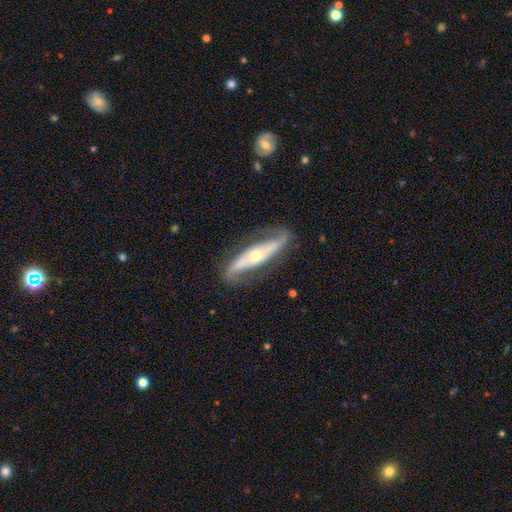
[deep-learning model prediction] The model was most divided on "bulge size": moderate: 48%, small: 46%, large: 3%, dominant: 1%, none: 1%. Remaining: spiral arms — yes (90%); spiral arm count — 2 (90%); smooth or featured — featured or disk (83%); merging — none (78%); edge-on disk — no (78%); bar — no (45%); spiral winding — loose (41%).